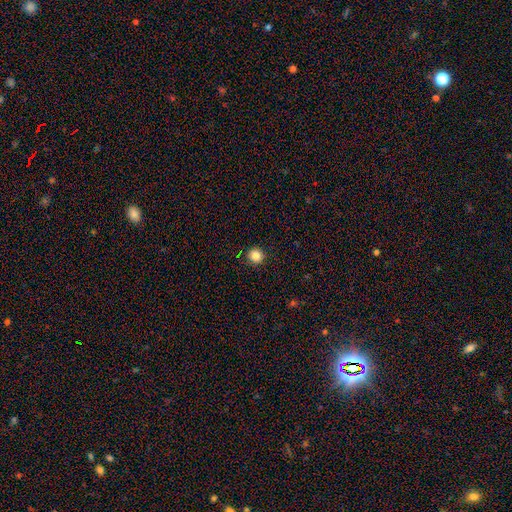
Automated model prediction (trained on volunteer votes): Smooth or featured? smooth (84%)
How rounded? round (93%)
Merging? none (91%)